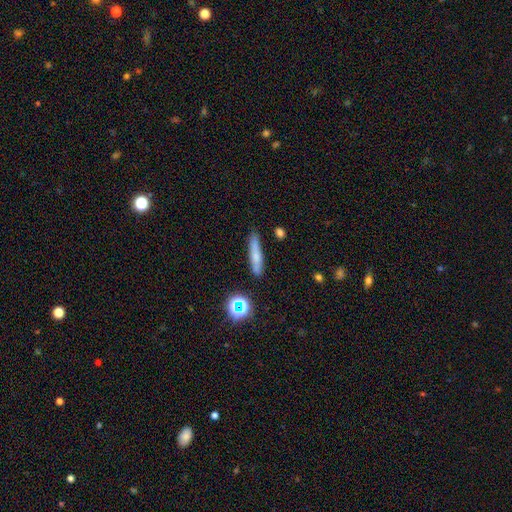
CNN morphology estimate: Smooth or featured?
  - smooth: 63% *
  - featured or disk: 25%
  - star or artifact: 12%
How rounded?
  - cigar-shaped: 85% *
  - in between: 11%
  - round: 4%
Merging?
  - none: 80% *
  - minor disturbance: 13%
  - merger: 4%
  - major disturbance: 3%